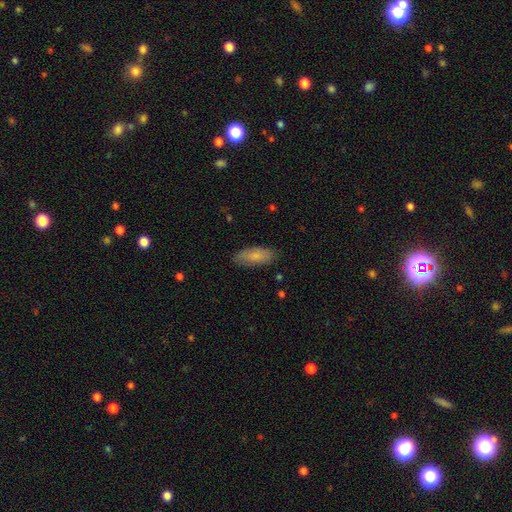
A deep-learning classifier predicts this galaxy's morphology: Q: Smooth or featured?
A: smooth (82%); runner-up: featured or disk (12%)
Q: How rounded?
A: in between (79%); runner-up: cigar-shaped (19%)
Q: Merging?
A: none (84%); runner-up: minor disturbance (13%)